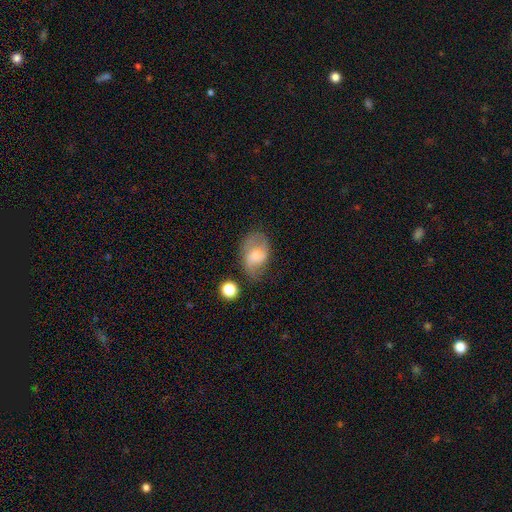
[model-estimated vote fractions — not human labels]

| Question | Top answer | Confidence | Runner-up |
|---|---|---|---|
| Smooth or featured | smooth | 49% | featured or disk (42%) |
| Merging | none | 51% | minor disturbance (28%) |